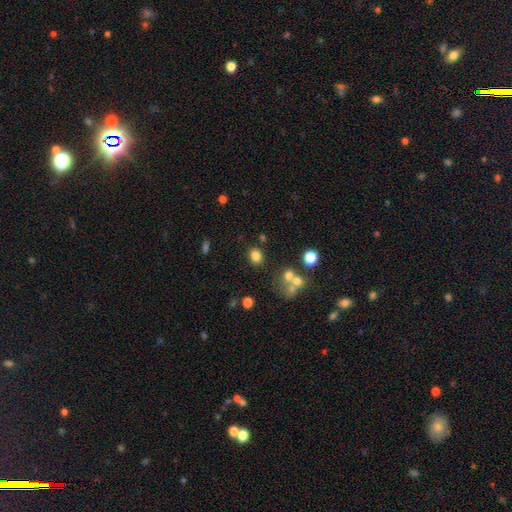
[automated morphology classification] type=smooth (78%); roundness=round (58%); merging=none (78%).